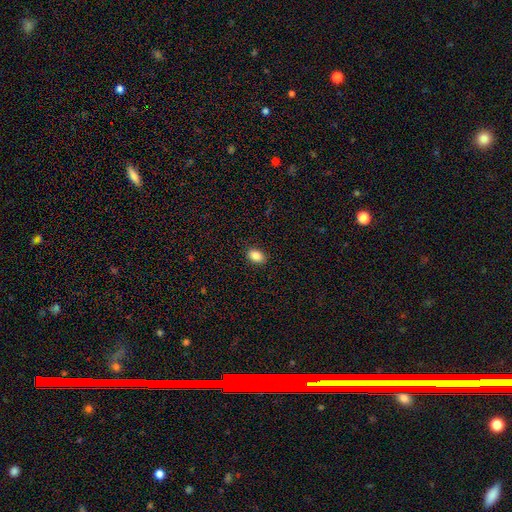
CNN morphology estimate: Q: Smooth or featured?
A: smooth (87%); runner-up: star or artifact (8%)
Q: How rounded?
A: in between (82%); runner-up: round (16%)
Q: Merging?
A: none (89%); runner-up: minor disturbance (8%)